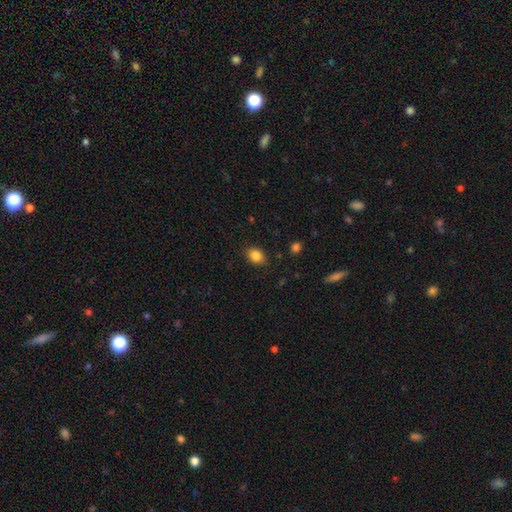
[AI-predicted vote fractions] A smooth galaxy with no disk features (85%) that is in between round and cigar-shaped (67%). Merging: none (86%).